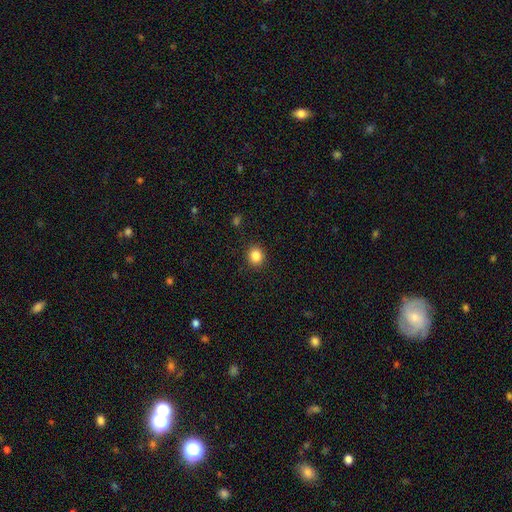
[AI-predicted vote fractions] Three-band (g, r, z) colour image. It shows a smooth galaxy with no disk features (85%) that is round (78%). Merging: none (89%).